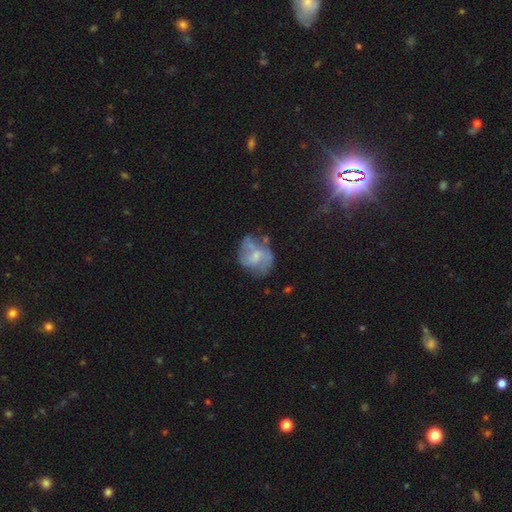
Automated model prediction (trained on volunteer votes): featured or disk 58%, smooth 33%, star or artifact 9%. Down the decision tree: edge-on disk — no (98%); bar — no (54%); spiral arms — yes (54%); bulge size — small (34%); merging — none (46%).